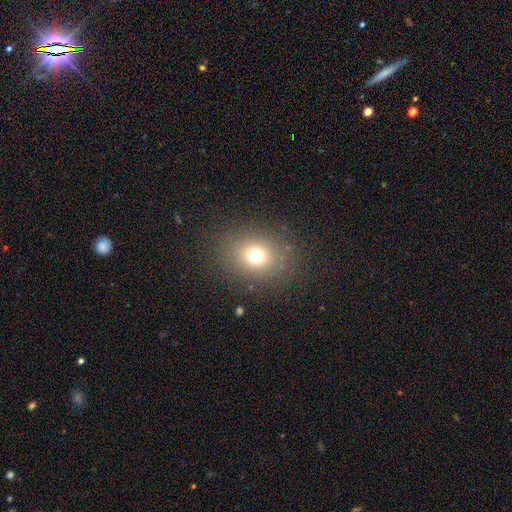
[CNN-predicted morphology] smooth-or-featured: smooth: 71% | star or artifact: 18% | featured or disk: 11%
  how-rounded: round: 62% | in between: 37% | cigar-shaped: 1%
  merging: none: 84% | minor disturbance: 9% | major disturbance: 6% | merger: 1%